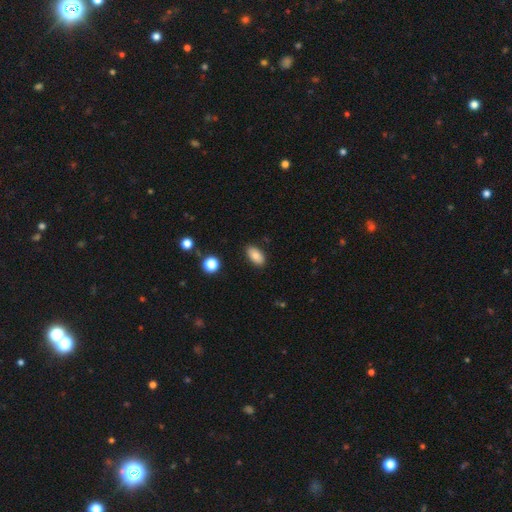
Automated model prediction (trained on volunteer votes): This is clearly a smooth galaxy (81%). How rounded: clearly in between (93%). Merging: clearly none (87%).